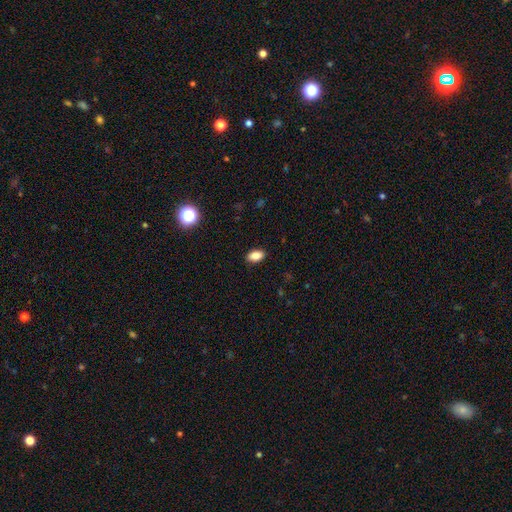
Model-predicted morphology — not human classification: Smooth or featured? Predicted: smooth (p=0.86). How rounded? Predicted: in between (p=0.91). Merging? Predicted: none (p=0.89).